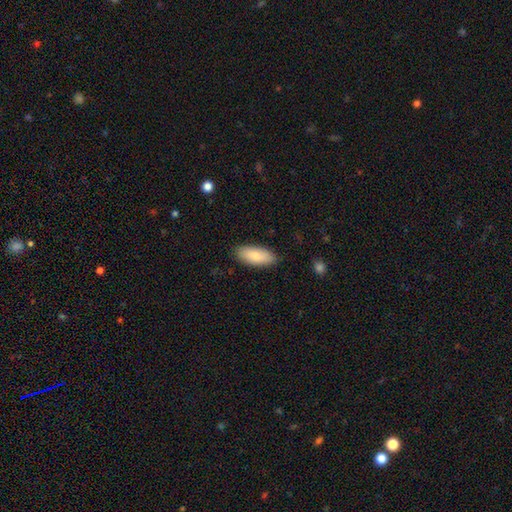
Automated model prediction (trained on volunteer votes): Smooth or featured: smooth — 83% (featured or disk — 11%)
How rounded: in between — 85% (cigar-shaped — 14%)
Merging: none — 86% (minor disturbance — 10%)